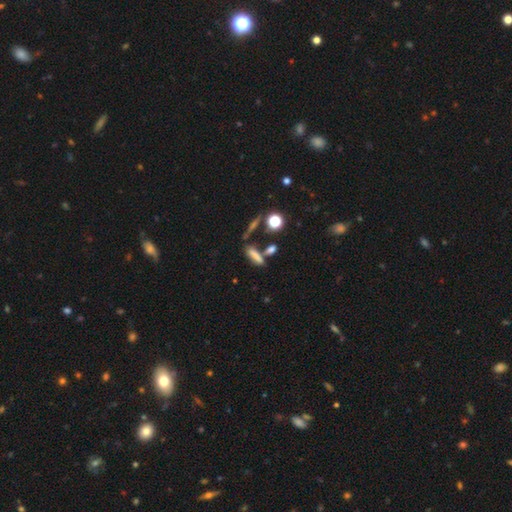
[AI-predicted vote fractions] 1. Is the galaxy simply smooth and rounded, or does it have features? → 68% smooth, 17% featured or disk, 16% star or artifact.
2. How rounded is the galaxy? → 60% cigar-shaped, 33% in between, 7% round.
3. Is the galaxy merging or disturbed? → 48% none, 27% merger, 16% minor disturbance, 9% major disturbance.